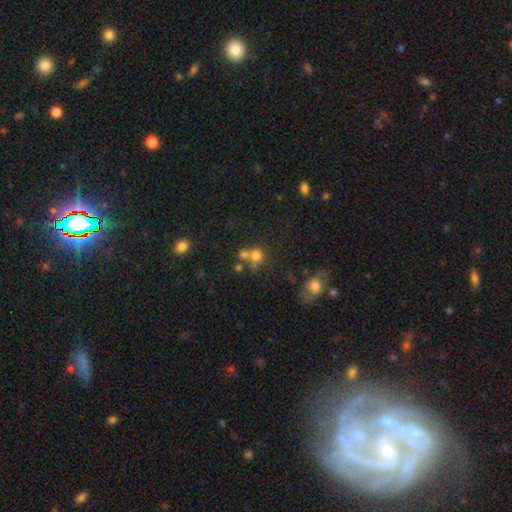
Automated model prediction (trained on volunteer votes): A smooth galaxy with no disk features (71%) that is round (83%). Merging: merger (43%, tied with none).